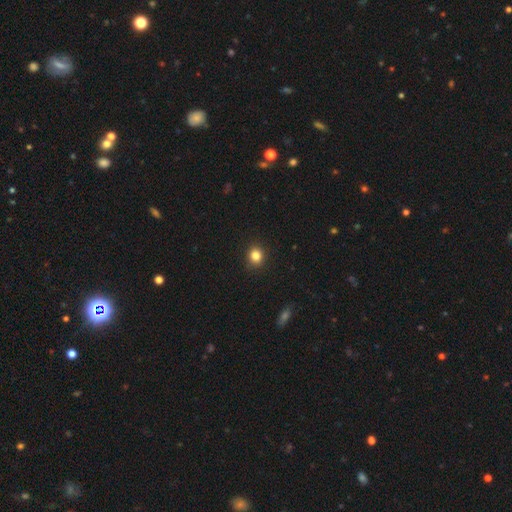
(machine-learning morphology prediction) Overall: smooth (84%). How rounded: round (79%). Merging: none (90%).